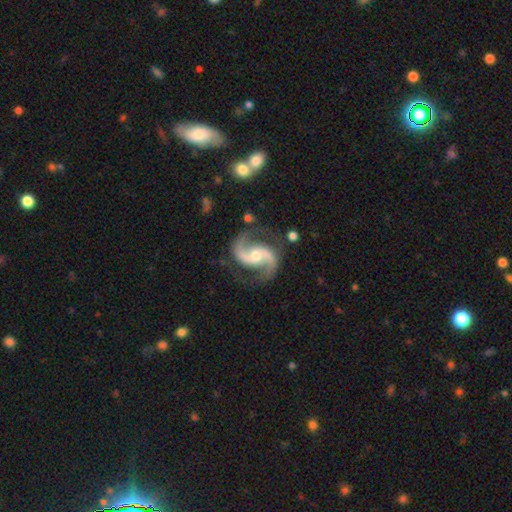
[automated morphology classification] This appears to be a featured or disk galaxy (93%) with no bar (43%), 2 (94%) medium (55%) spiral arms (98%) and a moderate central bulge (61%). Merging: none (80%).